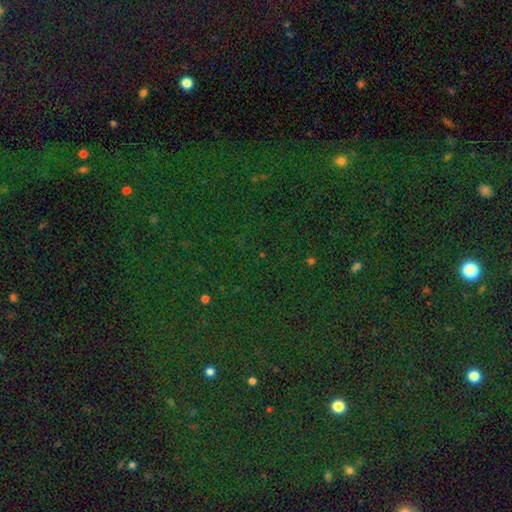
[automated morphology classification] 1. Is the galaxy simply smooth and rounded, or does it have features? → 79% star or artifact, 12% smooth, 8% featured or disk.